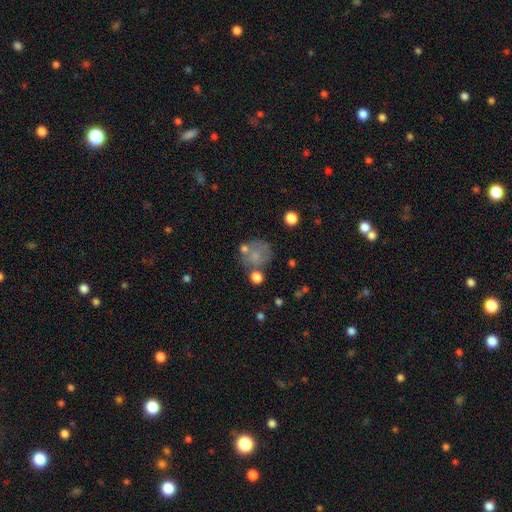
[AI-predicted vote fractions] smooth-or-featured: smooth: 65% | featured or disk: 22% | star or artifact: 13%
  how-rounded: round: 79% | in between: 20% | cigar-shaped: 1%
  merging: none: 53% | minor disturbance: 19% | merger: 17% | major disturbance: 12%